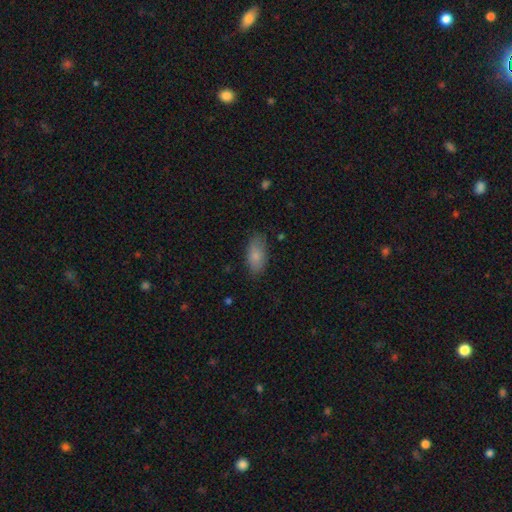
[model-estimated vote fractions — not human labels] Morphology: type=smooth (83%); roundness=in between (91%); merging=none (80%).